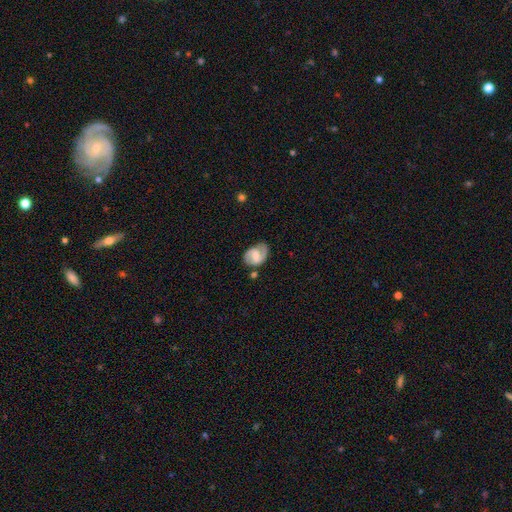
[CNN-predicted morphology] Overall: featured or disk (72%). Edge-on disk: no (98%). Bar: weak (52%; no 26%). Spiral arms: yes (92%). Spiral arm count: 2 (80%). Spiral winding: medium (50%; tight 30%). Bulge size: small (40%, tied with moderate). Merging: none (64%).